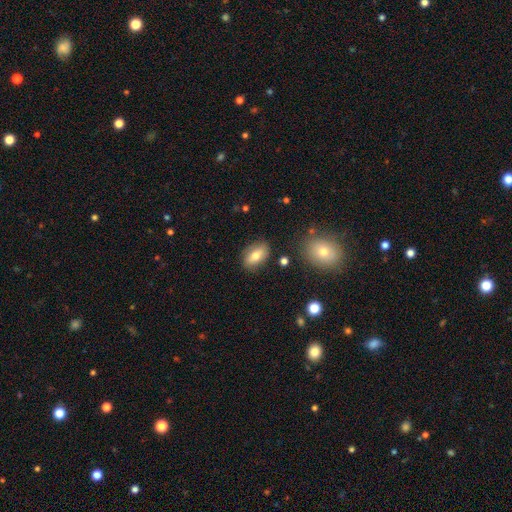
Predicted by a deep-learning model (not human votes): A smooth galaxy with no disk features (72%) that is in between round and cigar-shaped (88%). Merging: none (81%).